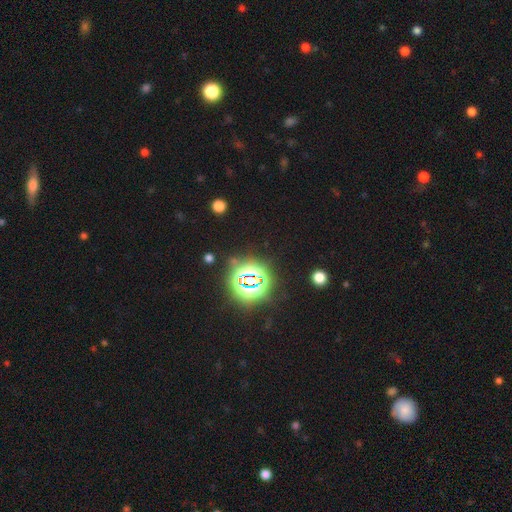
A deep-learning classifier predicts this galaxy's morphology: smooth-or-featured: star or artifact: 83% | smooth: 11% | featured or disk: 6%